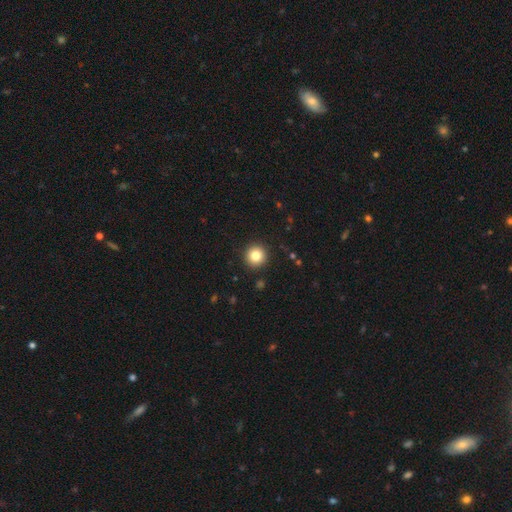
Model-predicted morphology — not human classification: type=smooth (82%); roundness=round (96%); merging=none (92%).